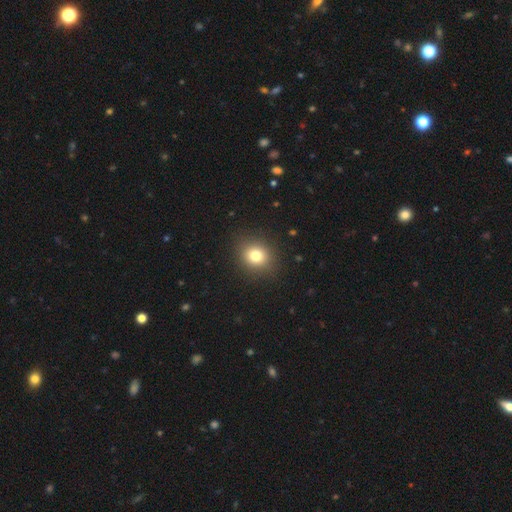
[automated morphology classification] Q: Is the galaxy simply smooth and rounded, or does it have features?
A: smooth — 79%.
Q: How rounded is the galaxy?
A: round — 76%.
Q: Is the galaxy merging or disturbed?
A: none — 89%.